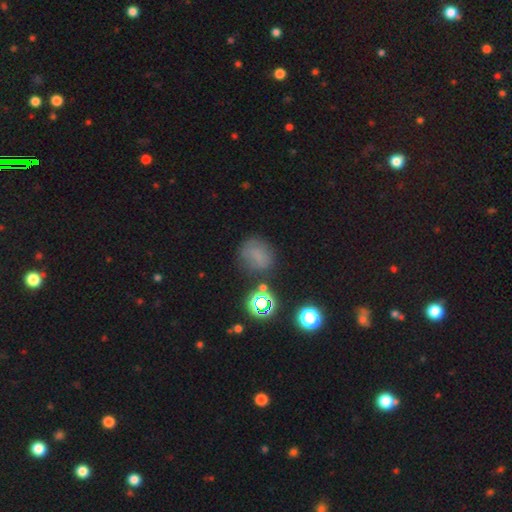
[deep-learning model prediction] smooth-or-featured: smooth: 60% | star or artifact: 24% | featured or disk: 16%
  how-rounded: round: 70% | in between: 28% | cigar-shaped: 2%
  merging: none: 65% | minor disturbance: 20% | major disturbance: 10% | merger: 5%